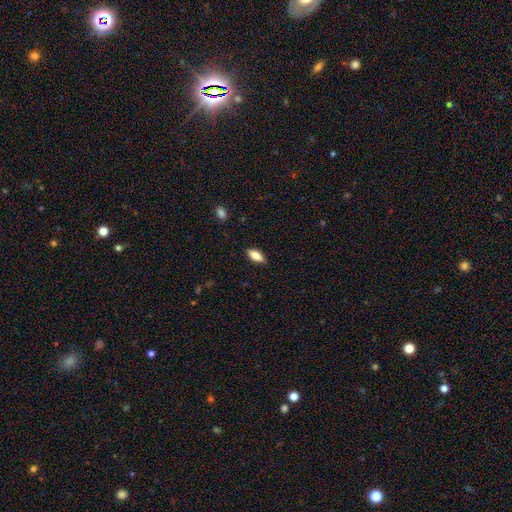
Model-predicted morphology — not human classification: A smooth galaxy with no disk features (80%) that is in between round and cigar-shaped (79%).

Vote fractions:
- Smooth or featured? smooth: 80% / featured or disk: 13% / star or artifact: 7%
- How rounded? in between: 79% / cigar-shaped: 19% / round: 2%
- Merging? none: 87% / minor disturbance: 10% / major disturbance: 2% / merger: 1%